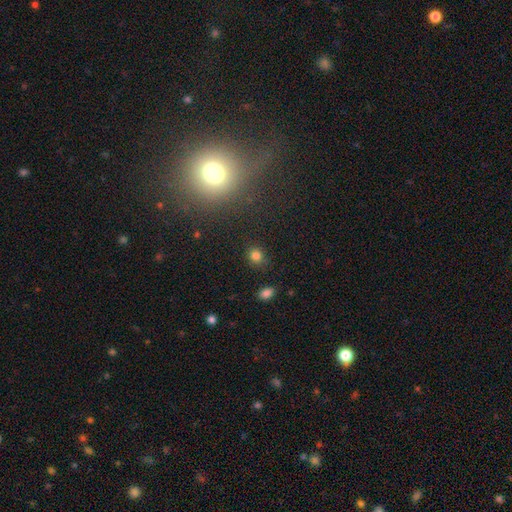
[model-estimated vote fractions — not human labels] A smooth galaxy with no disk features (81%) that is round (77%).

Vote fractions:
- Smooth or featured? smooth: 81% / star or artifact: 14% / featured or disk: 5%
- How rounded? round: 77% / in between: 22% / cigar-shaped: 1%
- Merging? none: 85% / minor disturbance: 10% / major disturbance: 3% / merger: 2%